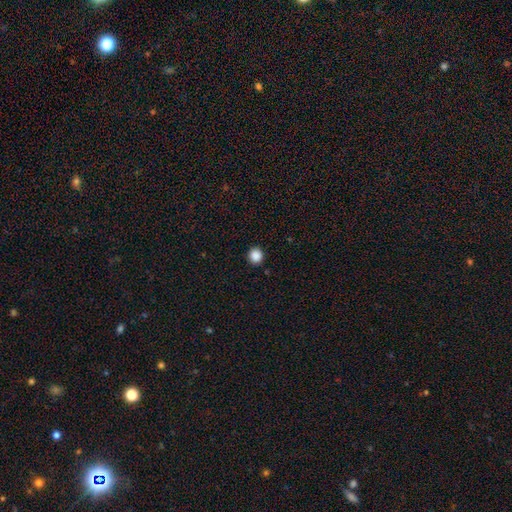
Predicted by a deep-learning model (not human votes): Q: Smooth or featured?
A: smooth (87%); runner-up: star or artifact (10%)
Q: How rounded?
A: round (91%); runner-up: in between (8%)
Q: Merging?
A: none (92%); runner-up: minor disturbance (5%)